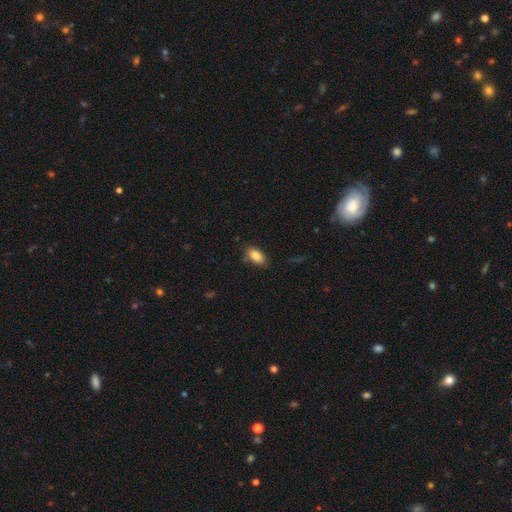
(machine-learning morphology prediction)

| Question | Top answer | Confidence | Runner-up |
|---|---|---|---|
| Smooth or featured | smooth | 86% | star or artifact (8%) |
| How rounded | in between | 90% | round (6%) |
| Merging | none | 80% | minor disturbance (15%) |